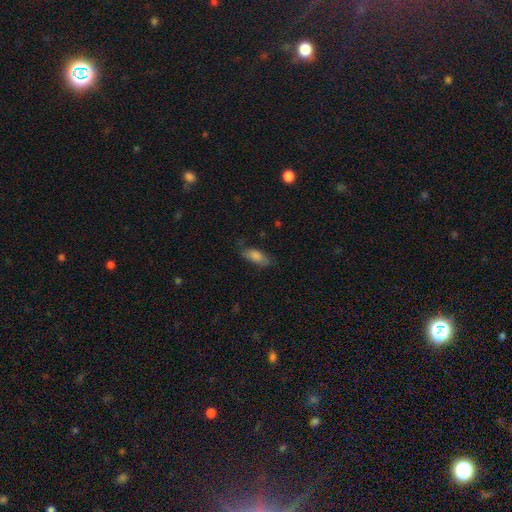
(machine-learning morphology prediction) Smooth or featured: smooth — 75% (featured or disk — 16%)
How rounded: in between — 77% (cigar-shaped — 20%)
Merging: none — 69% (minor disturbance — 22%)